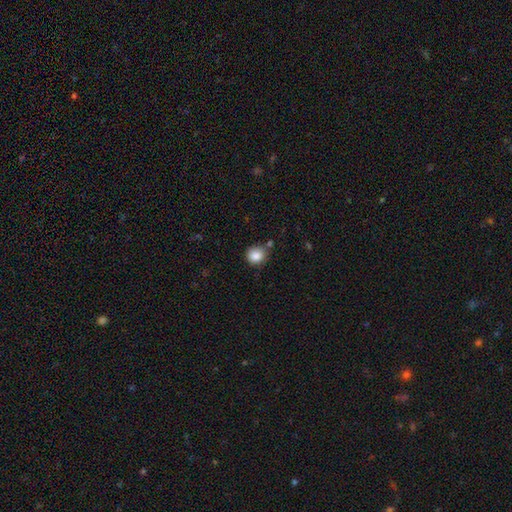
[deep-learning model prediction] A smooth galaxy with no disk features (86%) that is round (86%).

Vote fractions:
- Smooth or featured? smooth: 86% / star or artifact: 9% / featured or disk: 4%
- How rounded? round: 86% / in between: 13% / cigar-shaped: 1%
- Merging? none: 74% / minor disturbance: 14% / merger: 8% / major disturbance: 3%